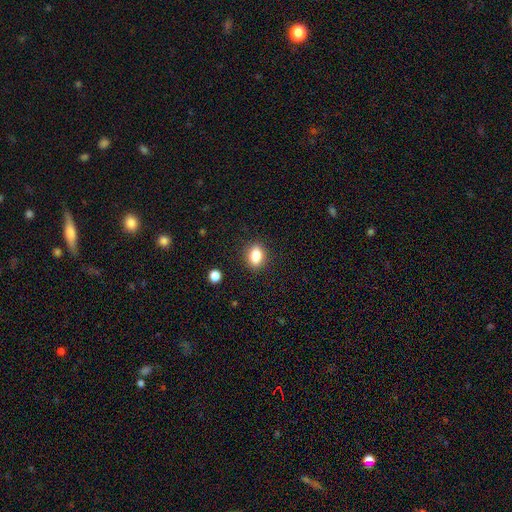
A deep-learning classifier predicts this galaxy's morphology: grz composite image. It shows a smooth galaxy with no disk features (84%) that is in between round and cigar-shaped (73%). Merging: none (89%).